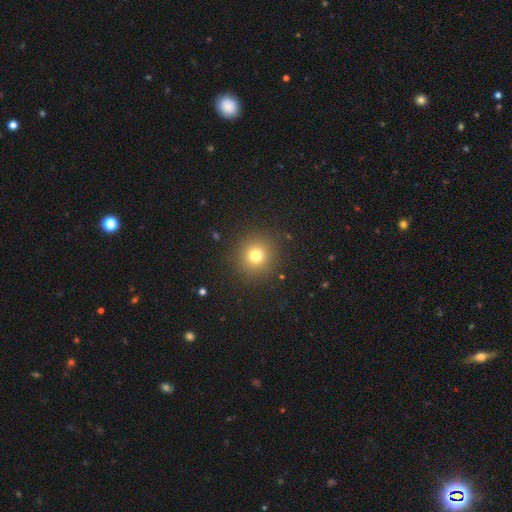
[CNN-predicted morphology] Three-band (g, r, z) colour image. It shows a smooth galaxy with no disk features (75%) that is round (92%). Merging: none (89%).